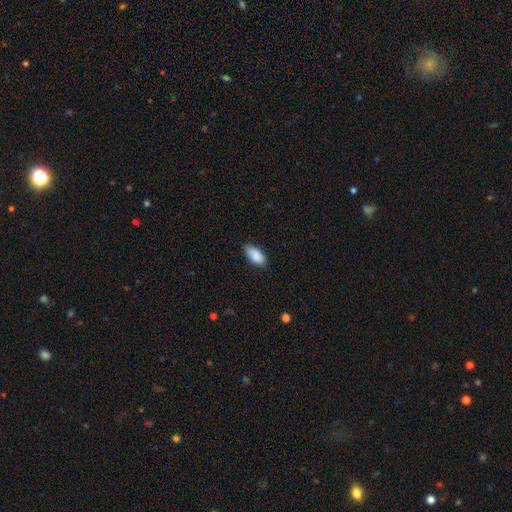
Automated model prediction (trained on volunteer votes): Smooth or featured? smooth (89%)
How rounded? in between (90%)
Merging? none (82%)